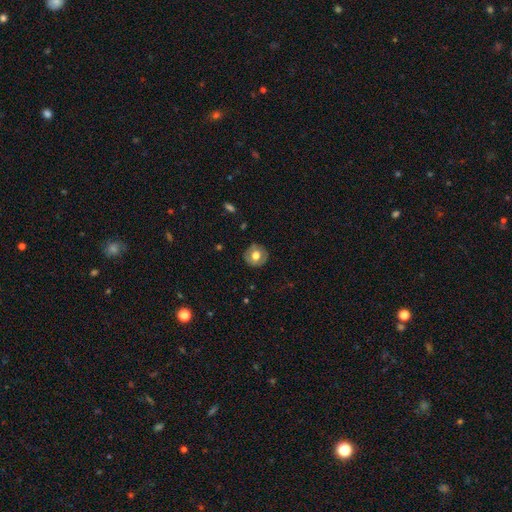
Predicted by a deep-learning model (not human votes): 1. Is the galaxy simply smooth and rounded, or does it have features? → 63% smooth, 29% featured or disk, 8% star or artifact.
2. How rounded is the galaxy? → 89% round, 10% in between, 1% cigar-shaped.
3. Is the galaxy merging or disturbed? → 84% none, 12% minor disturbance, 3% major disturbance, 1% merger.